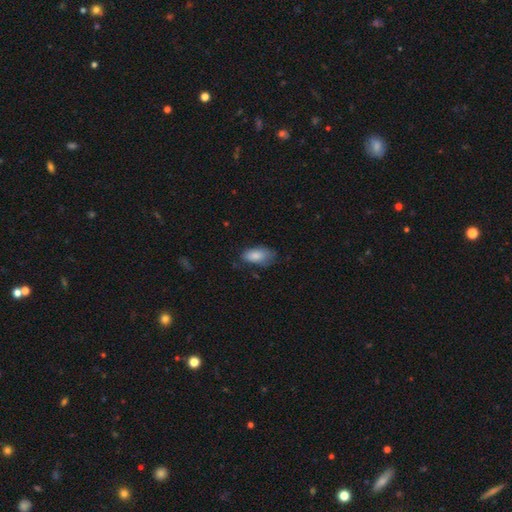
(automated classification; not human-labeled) Overall: smooth (85%). How rounded: in between (93%). Merging: none (57%; minor disturbance 31%).